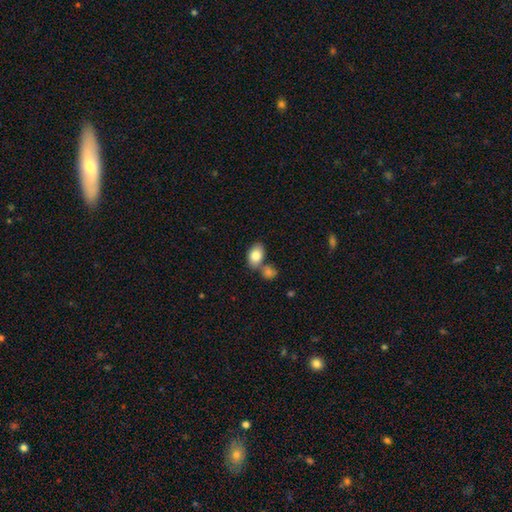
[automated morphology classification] A smooth galaxy with no disk features (83%) that is in between round and cigar-shaped (84%).

Vote fractions:
- Smooth or featured? smooth: 83% / featured or disk: 10% / star or artifact: 7%
- How rounded? in between: 84% / round: 15% / cigar-shaped: 1%
- Merging? none: 57% / merger: 28% / minor disturbance: 12% / major disturbance: 3%